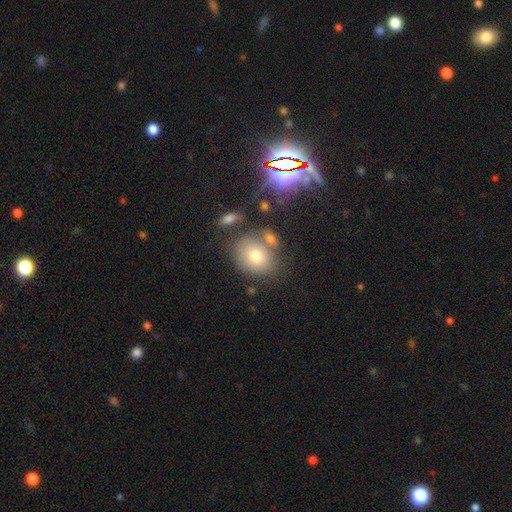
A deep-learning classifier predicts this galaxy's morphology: Smooth or featured? smooth (71%)
How rounded? round (63%)
Merging? none (63%)